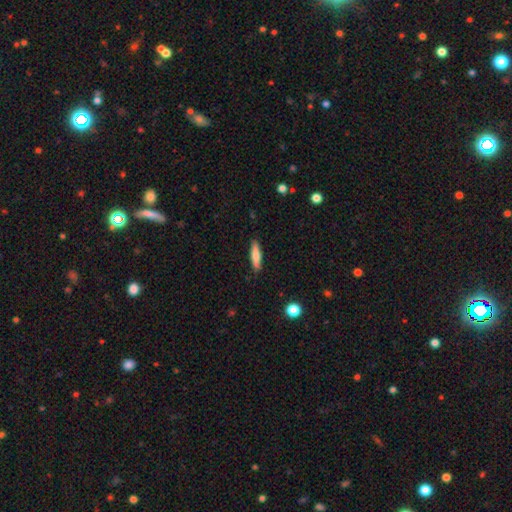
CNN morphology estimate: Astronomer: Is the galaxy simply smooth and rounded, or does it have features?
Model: smooth — 72%.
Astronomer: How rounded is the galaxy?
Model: cigar-shaped — 76%.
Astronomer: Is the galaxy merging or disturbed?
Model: none — 88%.